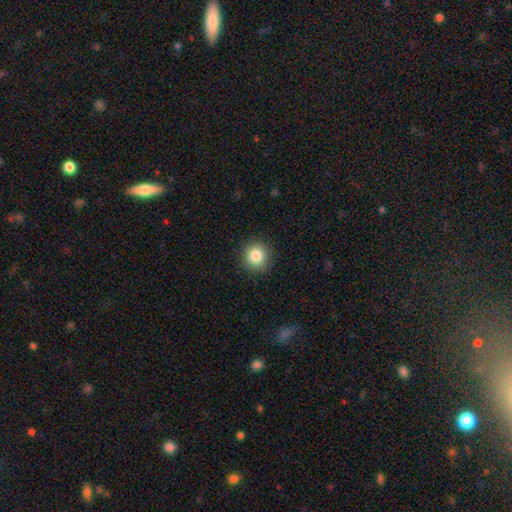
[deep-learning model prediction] Smooth or featured? smooth (84%)
How rounded? round (92%)
Merging? none (91%)